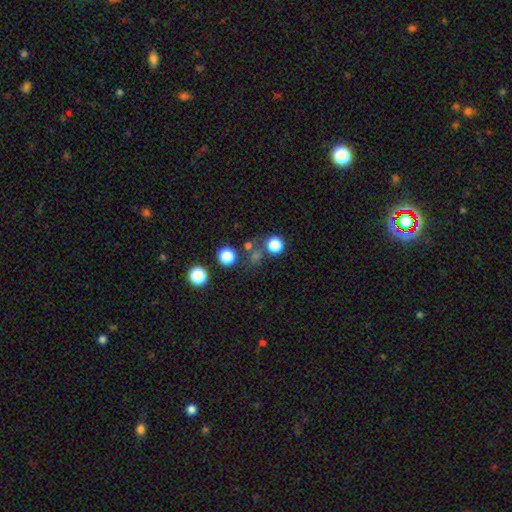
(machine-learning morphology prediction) The model was most divided on "smooth or featured": smooth: 59%, star or artifact: 33%, featured or disk: 8%. More confident: how rounded — round (90%); merging — none (69%).